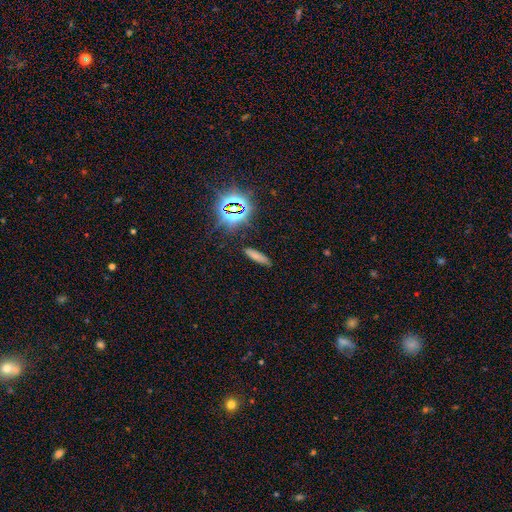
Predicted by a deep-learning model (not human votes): Q: Smooth or featured?
A: smooth (69%); runner-up: star or artifact (22%)
Q: How rounded?
A: cigar-shaped (70%); runner-up: in between (27%)
Q: Merging?
A: none (85%); runner-up: minor disturbance (10%)